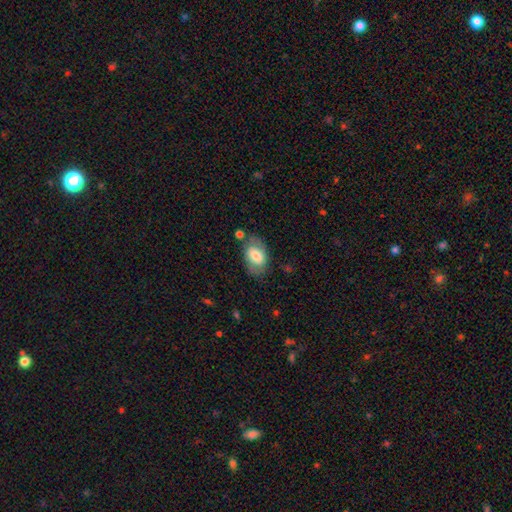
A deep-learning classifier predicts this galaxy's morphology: A smooth galaxy with no disk features (66%) that is in between round and cigar-shaped (90%).

Vote fractions:
- Smooth or featured? smooth: 66% / featured or disk: 27% / star or artifact: 7%
- How rounded? in between: 90% / round: 8% / cigar-shaped: 1%
- Merging? none: 68% / minor disturbance: 19% / major disturbance: 8% / merger: 5%